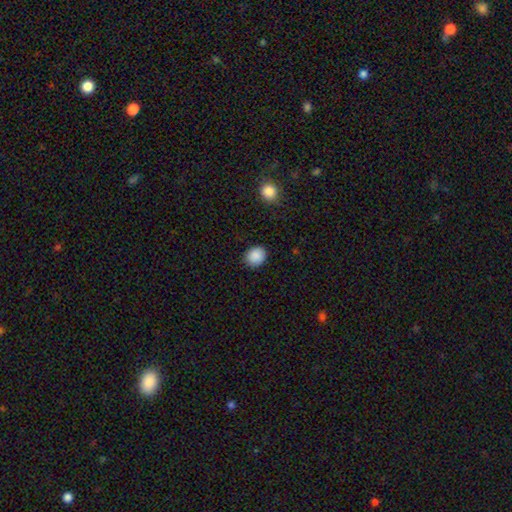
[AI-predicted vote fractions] Overall: smooth (89%). How rounded: round (70%). Merging: none (88%).